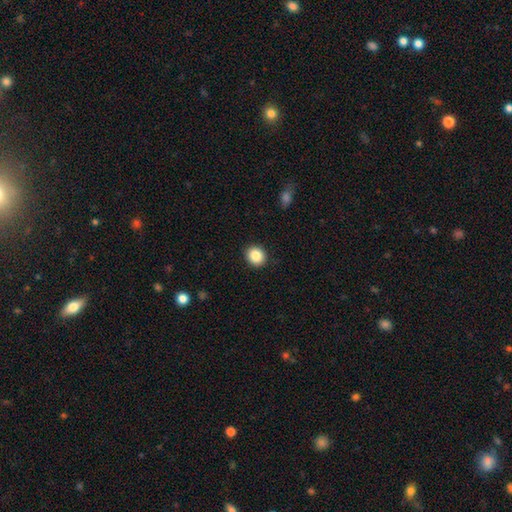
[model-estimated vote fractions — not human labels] Smooth or featured: smooth — 86% (star or artifact — 9%)
How rounded: round — 78% (in between — 21%)
Merging: none — 92% (minor disturbance — 6%)